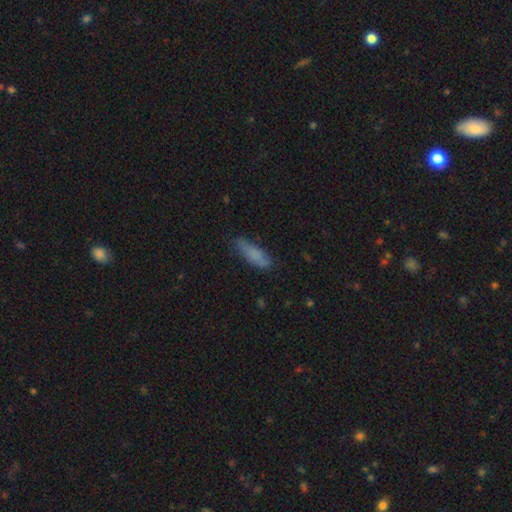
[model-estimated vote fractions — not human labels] Overall: smooth (80%). How rounded: cigar-shaped (53%; in between 45%). Merging: none (68%).